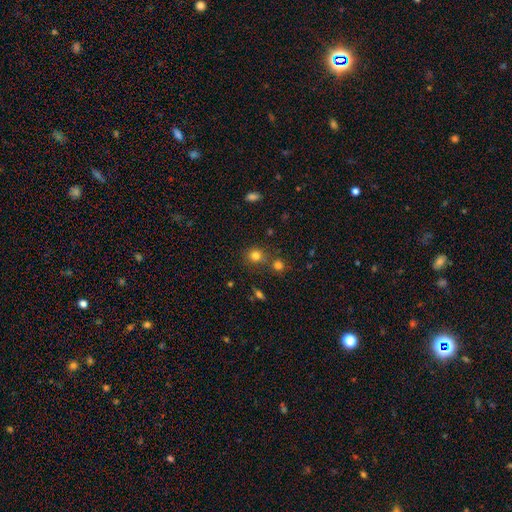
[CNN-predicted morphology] This appears to be a smooth galaxy with no disk features (78%) that is round (87%). Merging: none (70%).